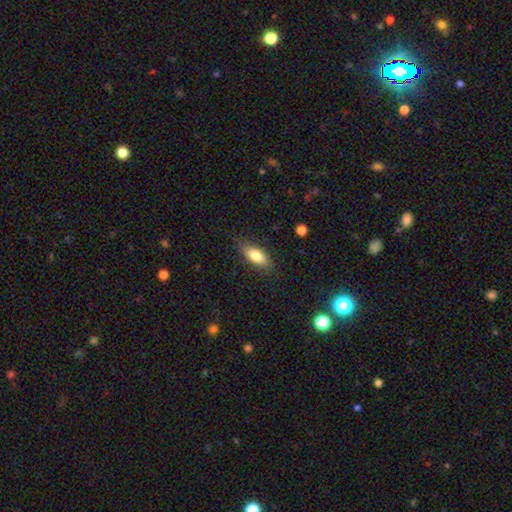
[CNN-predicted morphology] Smooth or featured: smooth — 79% (featured or disk — 14%)
How rounded: in between — 80% (cigar-shaped — 17%)
Merging: none — 81% (minor disturbance — 14%)